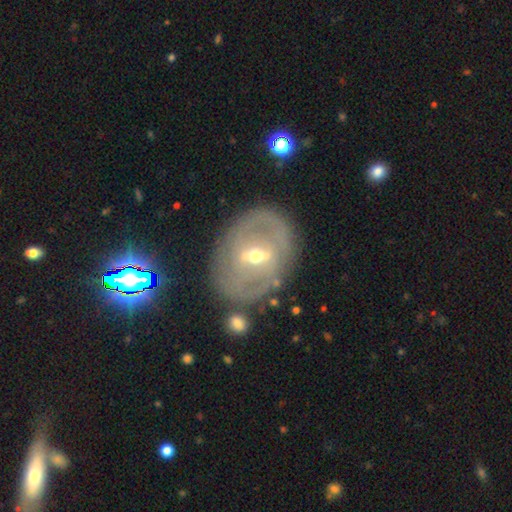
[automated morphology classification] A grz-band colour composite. It shows a featured or disk galaxy (77%) with a weak bar (45%), spiral arms (56%) and a moderate central bulge (59%). Merging: none (77%).